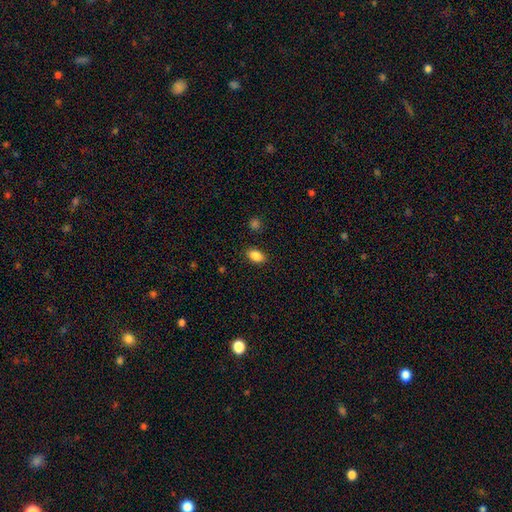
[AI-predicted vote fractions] Q: Smooth or featured?
A: smooth (87%); runner-up: star or artifact (9%)
Q: How rounded?
A: in between (86%); runner-up: round (12%)
Q: Merging?
A: none (87%); runner-up: minor disturbance (9%)